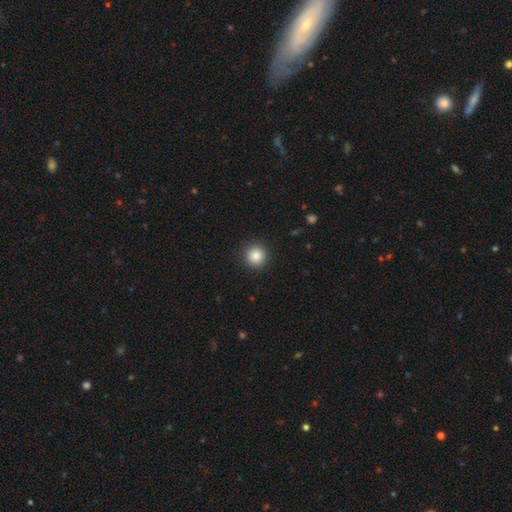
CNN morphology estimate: Smooth or featured? smooth (86%)
How rounded? round (95%)
Merging? none (92%)